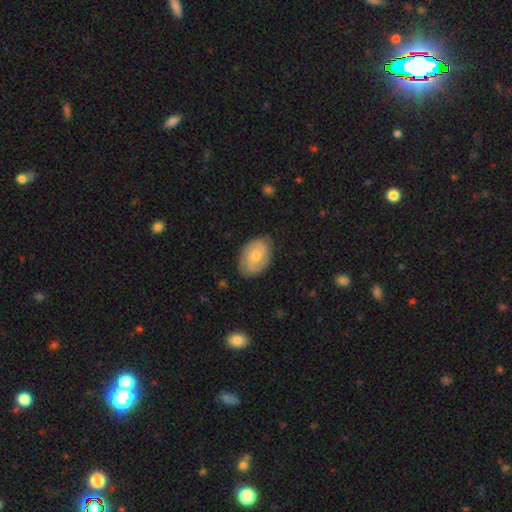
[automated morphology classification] This appears to be a featured or disk galaxy (66%) with no bar (62%), 2 (72%) tight (50%) spiral arms (92%) and a small central bulge (51%). Merging: none (80%).